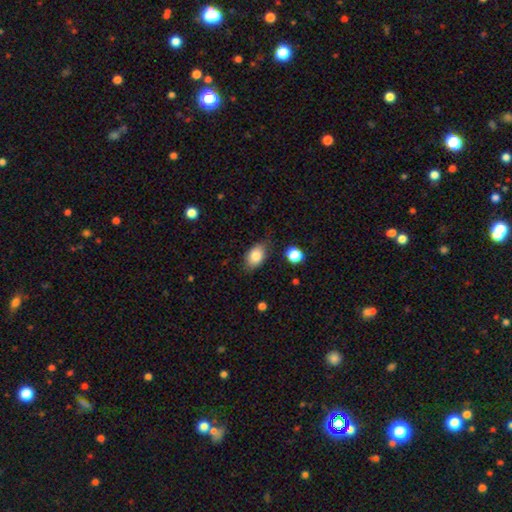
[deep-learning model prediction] The model was most divided on "merging": none: 73%, minor disturbance: 20%, major disturbance: 5%, merger: 2%. More confident: how rounded — in between (85%); smooth or featured — smooth (83%).